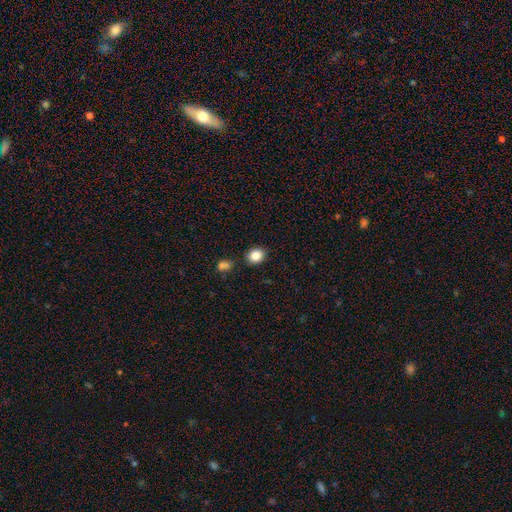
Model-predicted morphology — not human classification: A smooth galaxy with no disk features (85%) that is round (58%).

Vote fractions:
- Smooth or featured? smooth: 85% / star or artifact: 10% / featured or disk: 5%
- How rounded? round: 58% / in between: 41% / cigar-shaped: 1%
- Merging? none: 85% / minor disturbance: 9% / merger: 4% / major disturbance: 2%